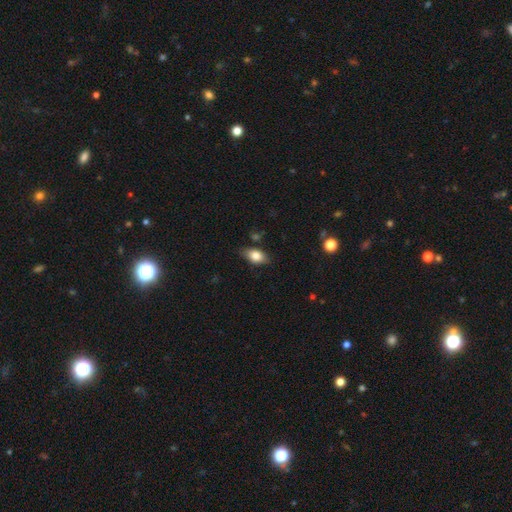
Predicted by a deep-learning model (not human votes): Smooth or featured? Predicted: smooth (p=0.80). How rounded? Predicted: in between (p=0.87). Merging? Predicted: none (p=0.78).